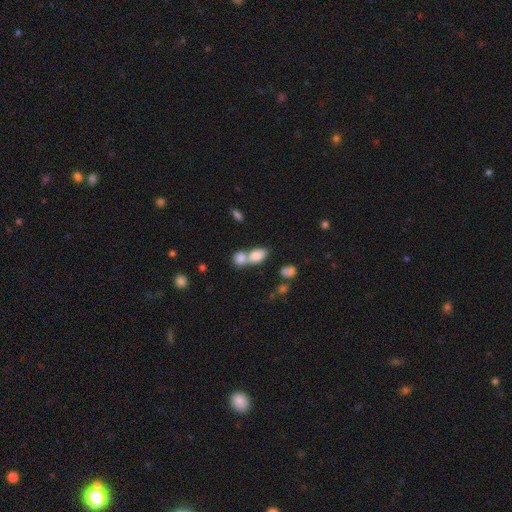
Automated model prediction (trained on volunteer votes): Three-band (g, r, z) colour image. It shows a smooth galaxy with no disk features (82%) that is in between round and cigar-shaped (80%). Merging: merger (60%).